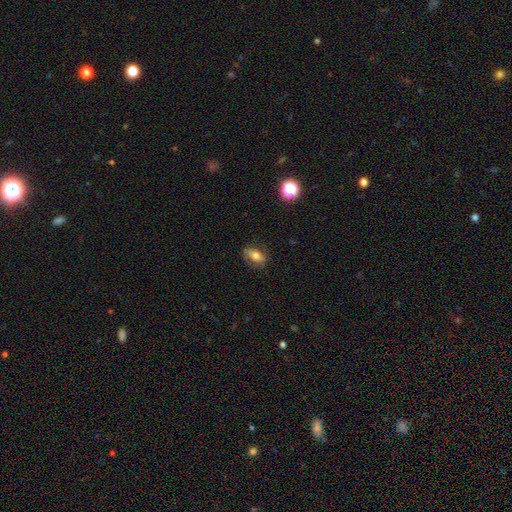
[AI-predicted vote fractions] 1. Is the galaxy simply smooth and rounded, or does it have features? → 67% smooth, 23% featured or disk, 10% star or artifact.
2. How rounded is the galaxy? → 81% in between, 12% round, 8% cigar-shaped.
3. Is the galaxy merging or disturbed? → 79% none, 16% minor disturbance, 4% major disturbance, 1% merger.